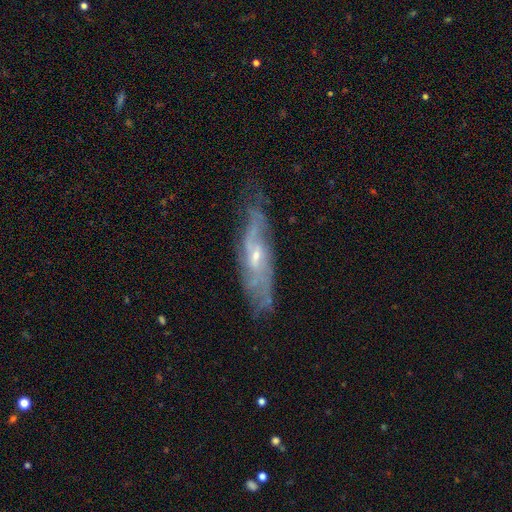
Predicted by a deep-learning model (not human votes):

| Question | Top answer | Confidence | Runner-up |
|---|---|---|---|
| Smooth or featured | featured or disk | 75% | smooth (18%) |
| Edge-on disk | no | 67% | yes (33%) |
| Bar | no | 55% | weak (37%) |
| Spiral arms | yes | 82% | no (18%) |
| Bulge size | small | 60% | moderate (36%) |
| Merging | none | 68% | minor disturbance (23%) |